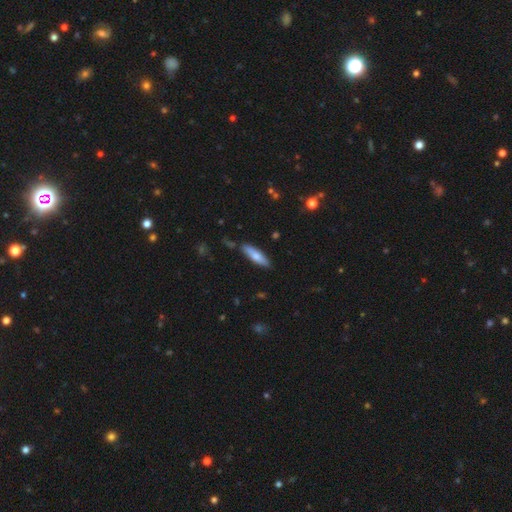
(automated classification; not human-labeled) Smooth or featured: smooth — 71% (featured or disk — 23%)
How rounded: cigar-shaped — 65% (in between — 33%)
Merging: none — 84% (minor disturbance — 12%)